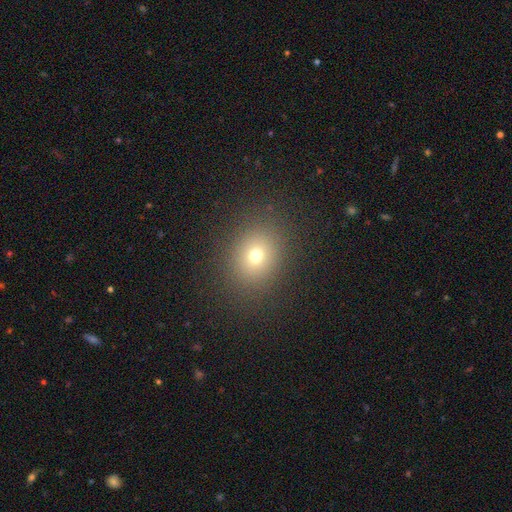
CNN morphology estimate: This is likely a smooth galaxy (70%). How rounded: likely round (67%). Merging: clearly none (86%).